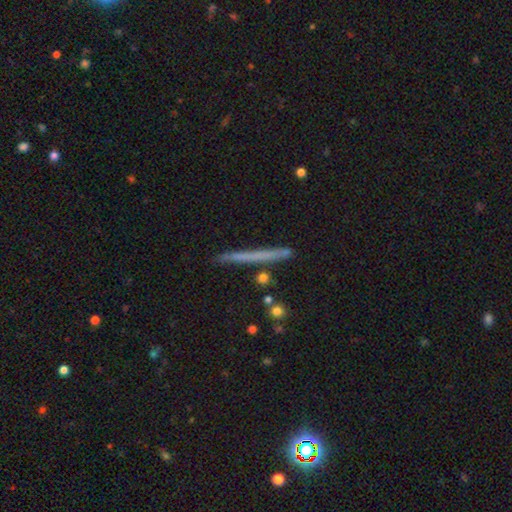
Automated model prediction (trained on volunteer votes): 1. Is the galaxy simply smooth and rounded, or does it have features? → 49% featured or disk, 41% smooth, 10% star or artifact.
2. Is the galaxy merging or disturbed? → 89% none, 7% minor disturbance, 2% merger, 2% major disturbance.